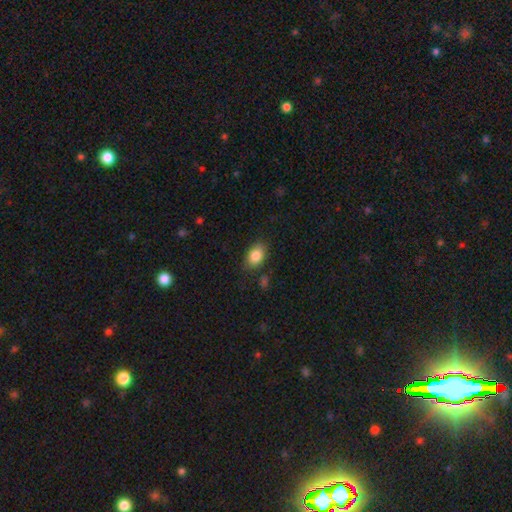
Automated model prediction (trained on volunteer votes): smooth-or-featured: smooth: 85% | star or artifact: 8% | featured or disk: 7%
  how-rounded: in between: 82% | round: 17% | cigar-shaped: 1%
  merging: none: 80% | minor disturbance: 14% | major disturbance: 3% | merger: 3%